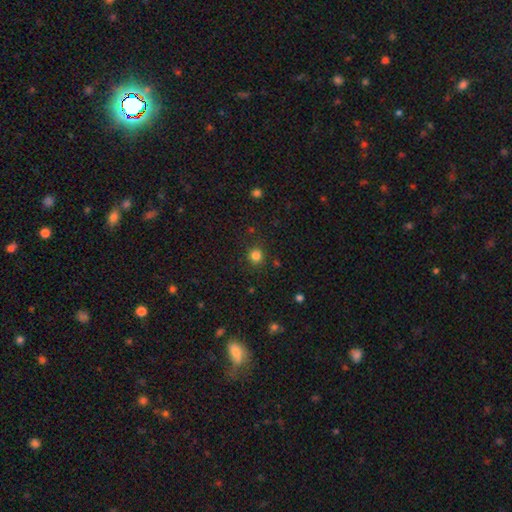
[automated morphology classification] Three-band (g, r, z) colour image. It shows a smooth galaxy with no disk features (81%) that is round (92%). Merging: none (88%).